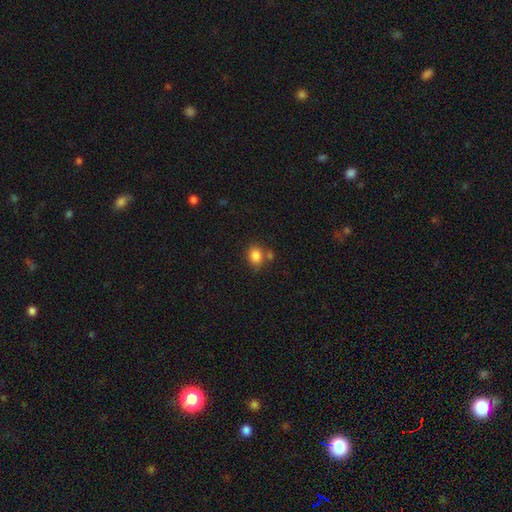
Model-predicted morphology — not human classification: Smooth or featured? smooth (84%)
How rounded? in between (50%)
Merging? none (65%)